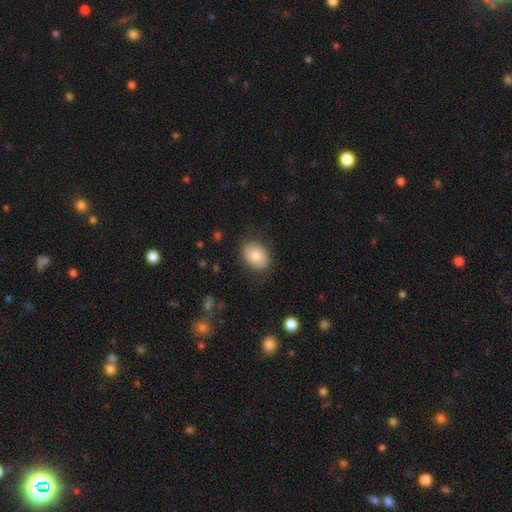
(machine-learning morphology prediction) This is likely a smooth galaxy (77%). How rounded: likely in between (70%). Merging: clearly none (83%).